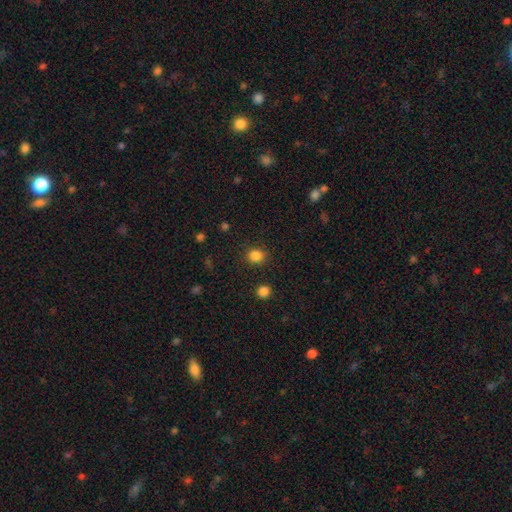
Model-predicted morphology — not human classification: Smooth or featured? Predicted: smooth (p=0.85). How rounded? Predicted: round (p=0.73). Merging? Predicted: none (p=0.86).